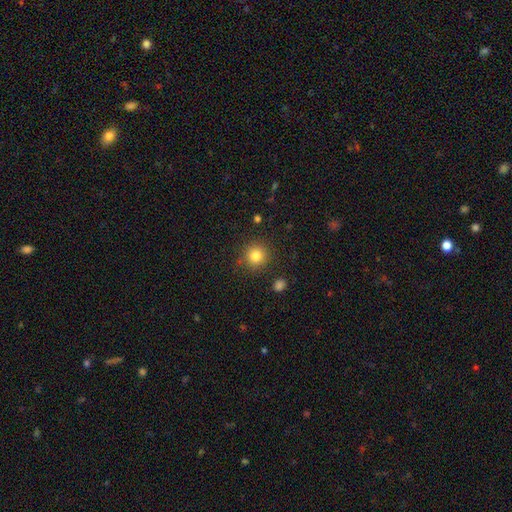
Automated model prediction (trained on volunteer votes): smooth_or_featured: smooth (p=0.82) [alt: star or artifact p=0.12]
how_rounded: round (p=0.92) [alt: in between p=0.07]
merging: none (p=0.87) [alt: minor disturbance p=0.08]